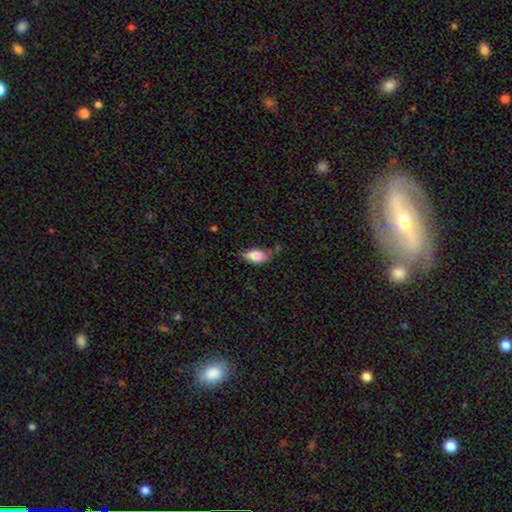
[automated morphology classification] smooth_or_featured: smooth (p=0.86) [alt: star or artifact p=0.07]
how_rounded: in between (p=0.92) [alt: cigar-shaped p=0.05]
merging: none (p=0.62) [alt: minor disturbance p=0.28]